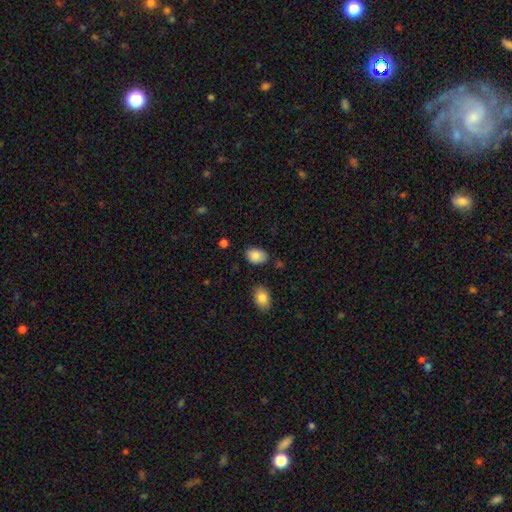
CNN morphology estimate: A smooth galaxy with no disk features (86%) that is in between round and cigar-shaped (82%). Merging: none (81%).